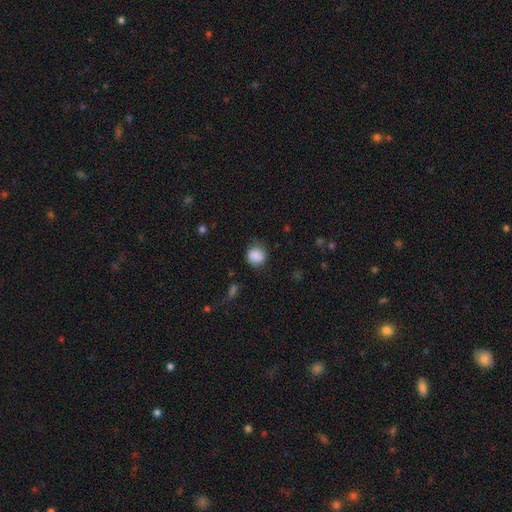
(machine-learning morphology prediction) Smooth or featured?
  - smooth: 87% *
  - star or artifact: 8%
  - featured or disk: 4%
How rounded?
  - round: 80% *
  - in between: 20%
  - cigar-shaped: 1%
Merging?
  - none: 75% *
  - minor disturbance: 18%
  - major disturbance: 6%
  - merger: 1%